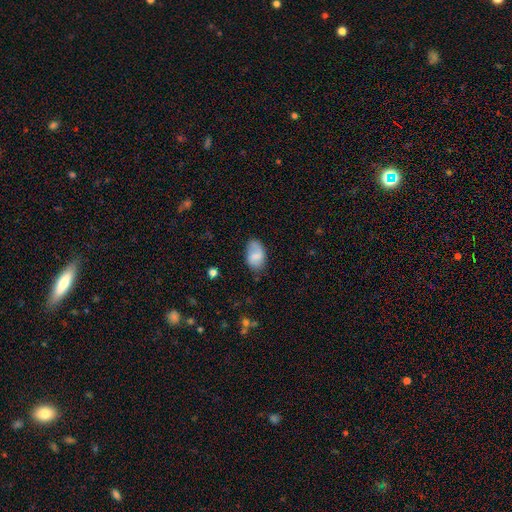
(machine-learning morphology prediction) Overall: smooth (70%). How rounded: in between (90%). Merging: none (64%; minor disturbance 26%).